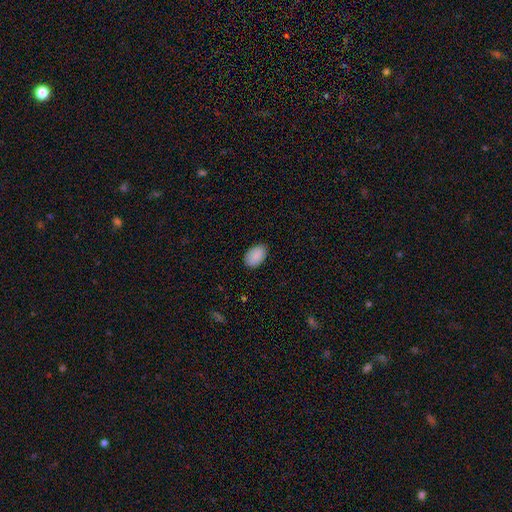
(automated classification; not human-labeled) A smooth galaxy with no disk features (89%) that is in between round and cigar-shaped (90%). Merging: none (86%).